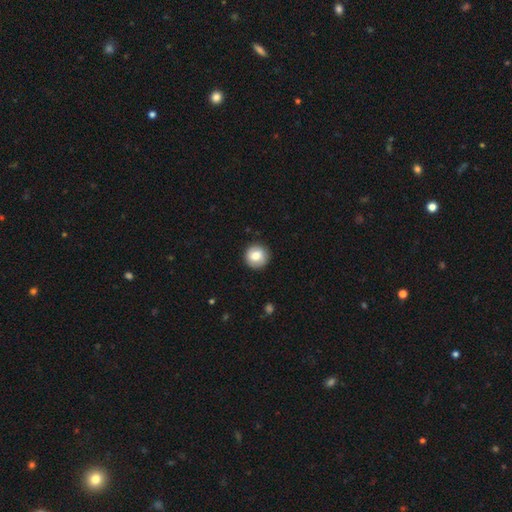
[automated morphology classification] A smooth galaxy with no disk features (78%) that is round (94%). Merging: none (88%).